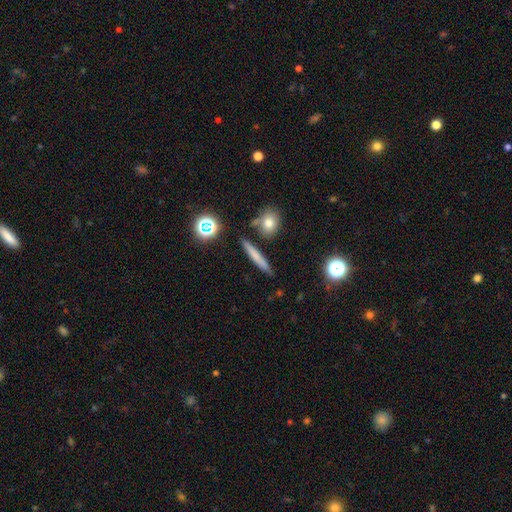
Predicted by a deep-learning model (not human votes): A smooth galaxy with no disk features (67%) that is cigar-shaped (88%). Merging: none (84%).